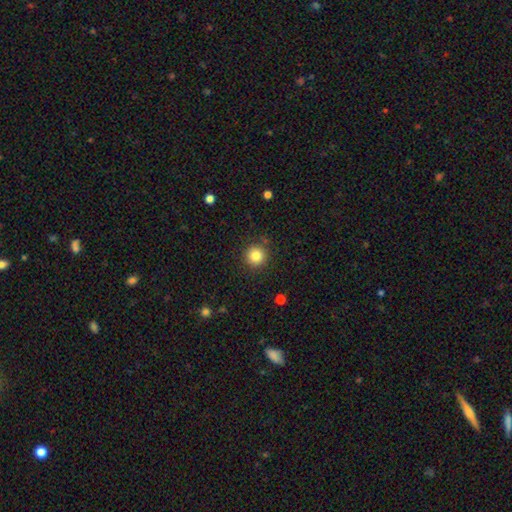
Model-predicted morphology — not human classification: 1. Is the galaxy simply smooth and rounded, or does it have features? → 83% smooth, 11% star or artifact, 6% featured or disk.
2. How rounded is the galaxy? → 95% round, 4% in between, 1% cigar-shaped.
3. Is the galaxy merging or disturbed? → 88% none, 8% minor disturbance, 3% major disturbance, 2% merger.